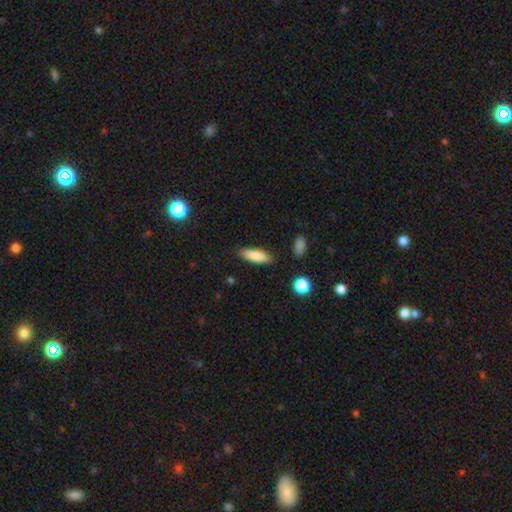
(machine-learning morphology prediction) smooth 85%, featured or disk 8%, star or artifact 7%. Down the decision tree: how rounded — in between (60%); merging — none (84%).